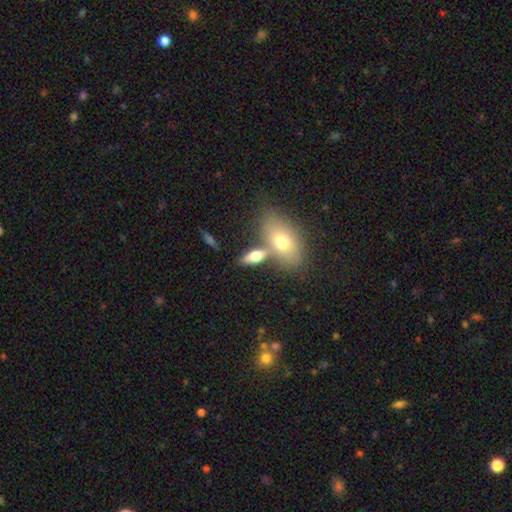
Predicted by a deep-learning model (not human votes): Smooth or featured? Predicted: smooth (p=0.65). How rounded? Predicted: in between (p=0.75). Merging? Predicted: none (p=0.50).